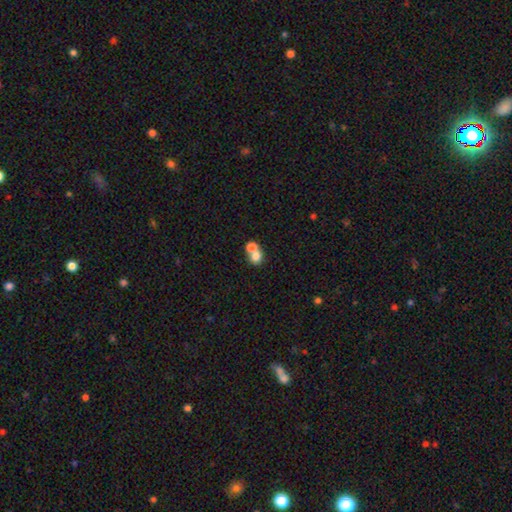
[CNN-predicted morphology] A smooth galaxy with no disk features (76%) that is round (74%).

Vote fractions:
- Smooth or featured? smooth: 76% / featured or disk: 13% / star or artifact: 11%
- How rounded? round: 74% / in between: 25% / cigar-shaped: 1%
- Merging? merger: 60% / none: 32% / minor disturbance: 5% / major disturbance: 3%